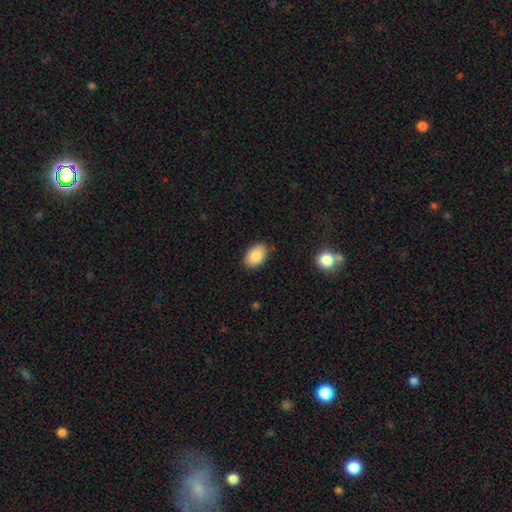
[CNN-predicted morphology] Smooth or featured: smooth — 88% (star or artifact — 7%)
How rounded: in between — 89% (round — 9%)
Merging: none — 85% (minor disturbance — 11%)